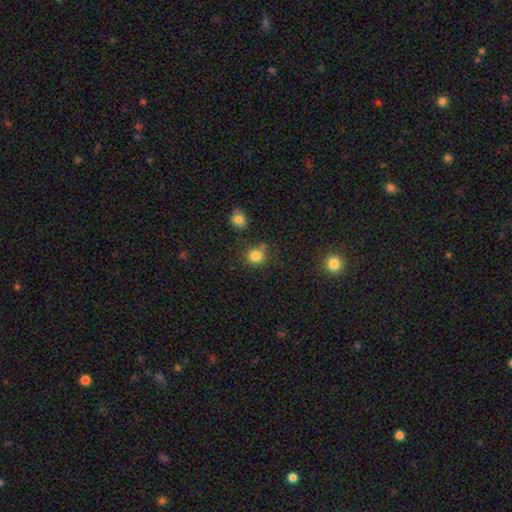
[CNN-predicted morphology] type=smooth (82%); roundness=round (86%); merging=none (72%).